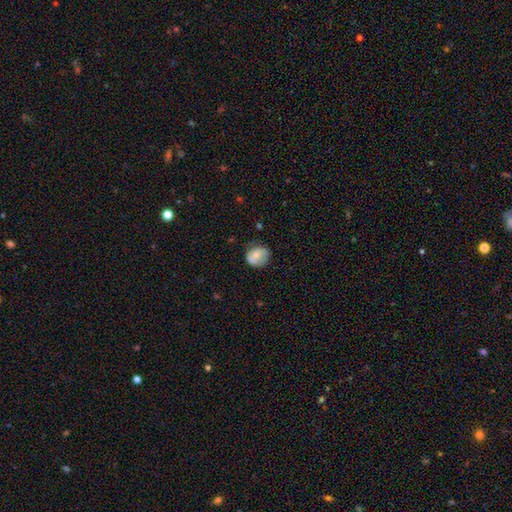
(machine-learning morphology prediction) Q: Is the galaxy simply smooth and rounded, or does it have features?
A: smooth — 61%.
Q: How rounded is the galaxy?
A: round — 67%.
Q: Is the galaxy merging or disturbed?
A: none — 61%.